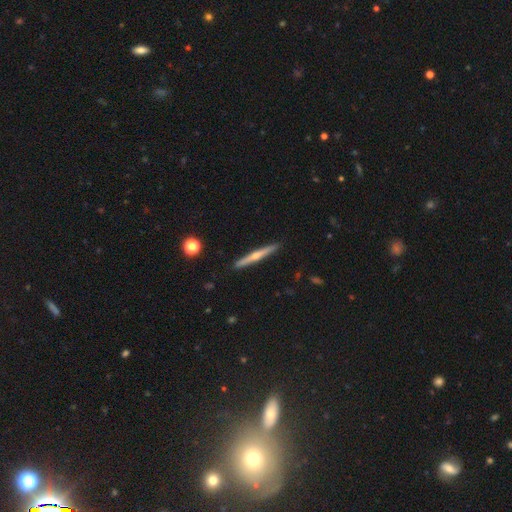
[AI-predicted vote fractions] This is likely a featured or disk galaxy (65%). It is clearly viewed edge-on (97%). Edge-on bulge: clearly rounded (84%). Merging: clearly none (91%).